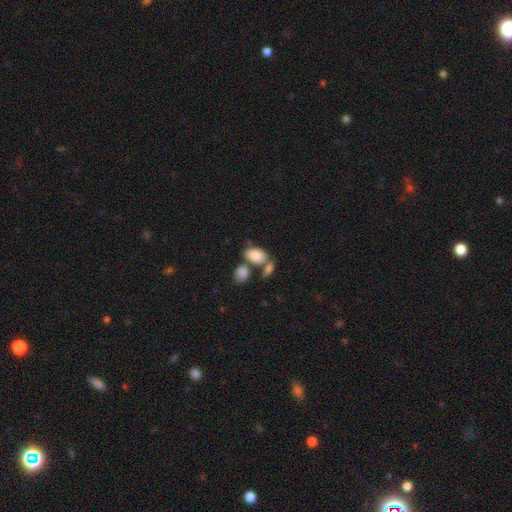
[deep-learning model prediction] Smooth or featured?
  - smooth: 84% *
  - featured or disk: 9%
  - star or artifact: 7%
How rounded?
  - in between: 88% *
  - round: 11%
  - cigar-shaped: 2%
Merging?
  - merger: 41% * (tied)
  - none: 41% * (tied)
  - minor disturbance: 12%
  - major disturbance: 6%